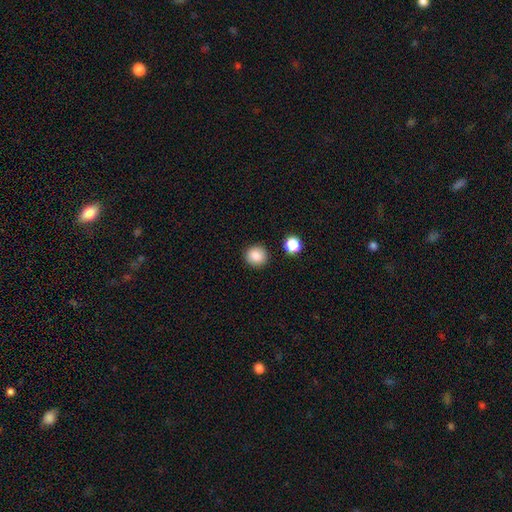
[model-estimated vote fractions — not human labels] A smooth galaxy with no disk features (86%) that is round (92%). Merging: none (90%).